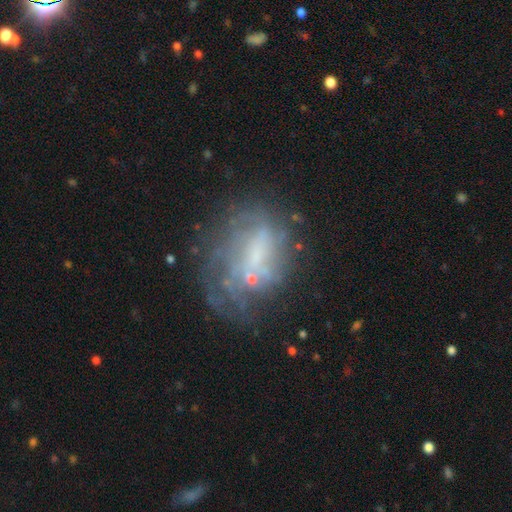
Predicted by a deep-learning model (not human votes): A featured or disk galaxy (60%) with no bar (67%), no spiral arms (63%) and no central bulge (47%).

Vote fractions:
- Smooth or featured? featured or disk: 60% / smooth: 26% / star or artifact: 14%
- Edge-on disk? no: 97% / yes: 3%
- Bar? no: 67% / weak: 25% / strong: 8%
- Spiral arms? no: 63% / yes: 37%
- Bulge size? none: 47% / small: 29% / moderate: 19% / large: 4% / dominant: 1%
- Merging? none: 46% / major disturbance: 25% / minor disturbance: 21% / merger: 8%